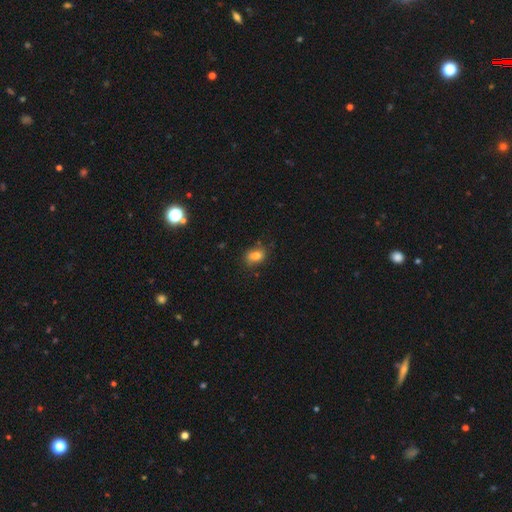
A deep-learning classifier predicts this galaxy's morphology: A smooth galaxy with no disk features (78%) that is in between round and cigar-shaped (69%). Merging: none (71%).